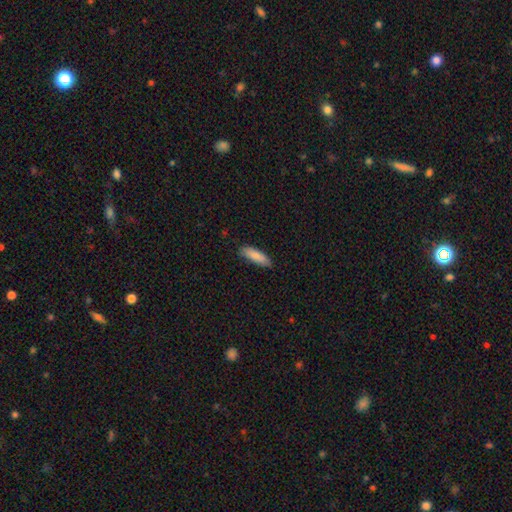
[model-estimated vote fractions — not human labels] Smooth or featured? smooth (86%)
How rounded? cigar-shaped (50%)
Merging? none (81%)